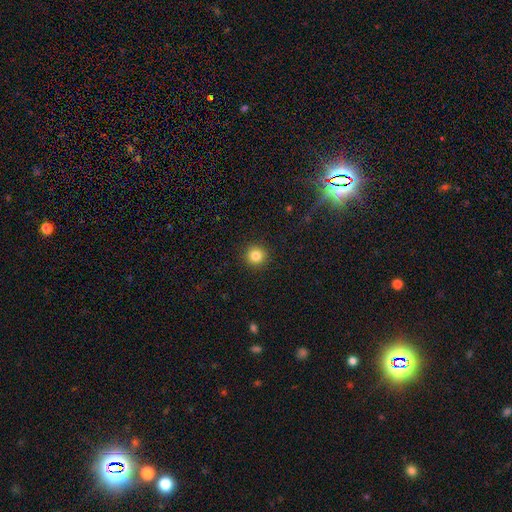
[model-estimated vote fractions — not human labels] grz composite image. It shows a smooth galaxy with no disk features (83%) that is round (95%). Merging: none (93%).